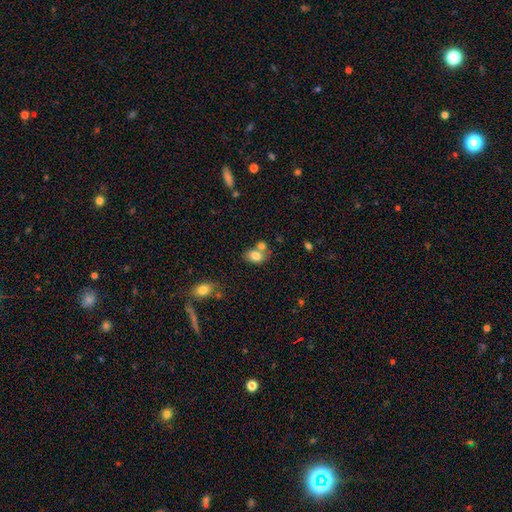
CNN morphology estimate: A smooth galaxy with no disk features (80%) that is in between round and cigar-shaped (72%). Merging: none (46%).